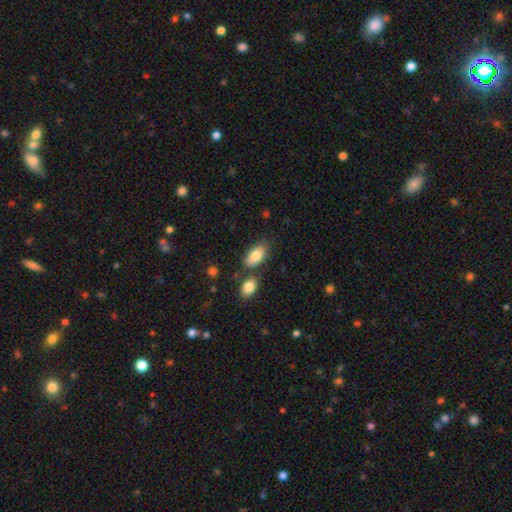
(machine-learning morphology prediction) smooth_or_featured: smooth (p=0.83) [alt: featured or disk p=0.11]
how_rounded: in between (p=0.93) [alt: round p=0.04]
merging: none (p=0.67) [alt: merger p=0.16]